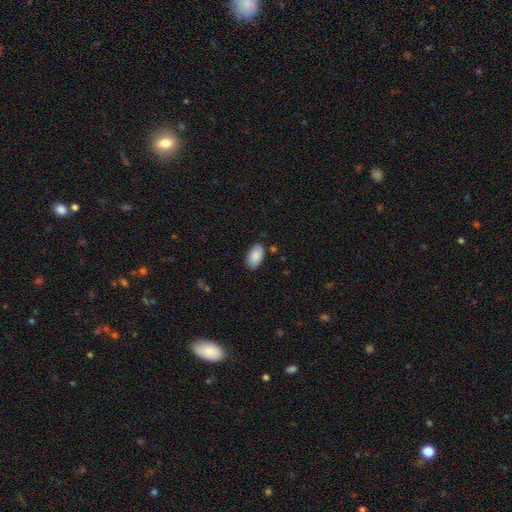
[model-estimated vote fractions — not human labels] The model was most divided on "merging": none: 84%, minor disturbance: 11%, major disturbance: 2%, merger: 2%. More confident: how rounded — in between (95%); smooth or featured — smooth (89%).